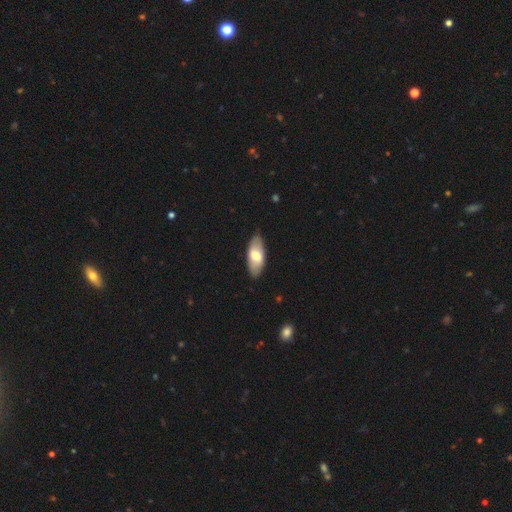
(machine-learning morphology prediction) This appears to be a smooth galaxy with no disk features (66%) that is in between round and cigar-shaped (87%). Merging: none (87%).